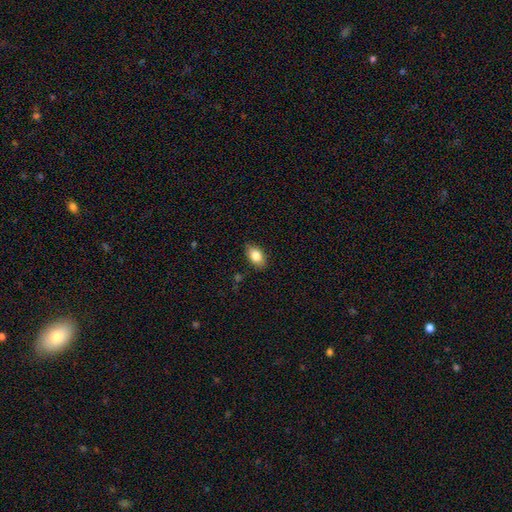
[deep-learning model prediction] smooth 84%, featured or disk 8%, star or artifact 8%. Down the decision tree: how rounded — in between (89%); merging — none (86%).